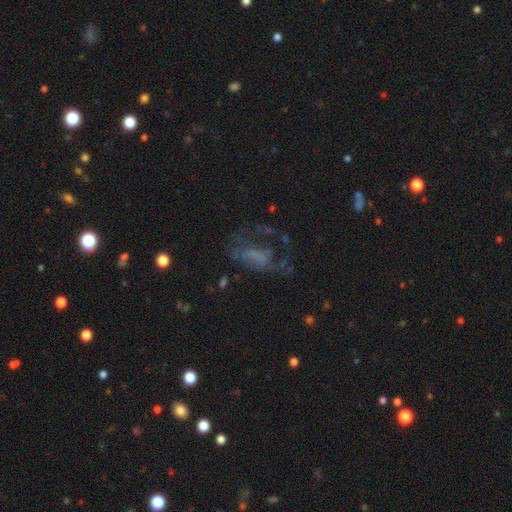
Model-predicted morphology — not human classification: type=featured or disk (51%); edge-on=no (95%); merging=major disturbance (41%).